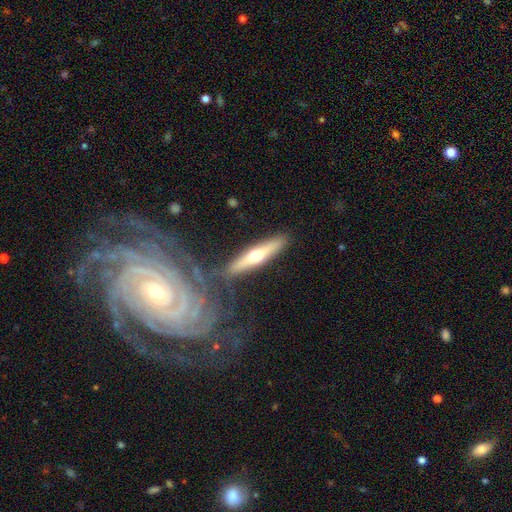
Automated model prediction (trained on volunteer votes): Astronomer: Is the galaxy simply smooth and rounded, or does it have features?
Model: featured or disk — 51% (runner-up: smooth, 43%).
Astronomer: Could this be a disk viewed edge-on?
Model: yes — 89%.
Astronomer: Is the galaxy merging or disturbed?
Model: none — 82%.